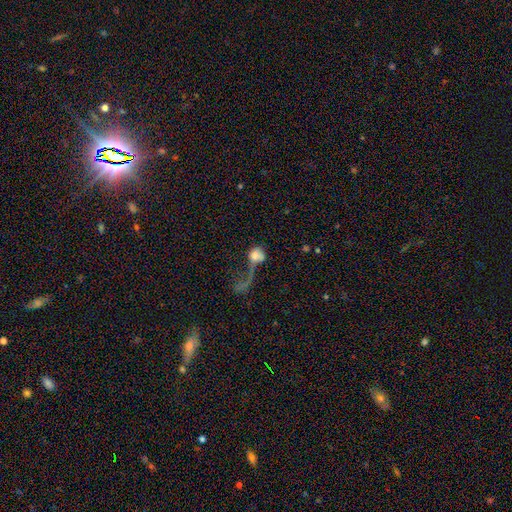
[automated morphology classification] A smooth galaxy with no disk features (57%) that is round (56%). Merging: major disturbance (60%).